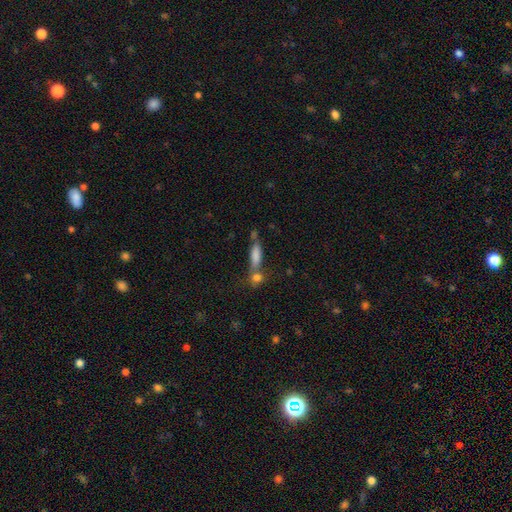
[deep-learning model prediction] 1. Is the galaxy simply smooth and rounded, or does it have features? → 77% smooth, 14% featured or disk, 9% star or artifact.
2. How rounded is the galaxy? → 48% cigar-shaped (tied), 48% in between (tied), 4% round.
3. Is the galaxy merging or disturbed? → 41% none (tied), 41% merger (tied), 12% minor disturbance, 6% major disturbance.